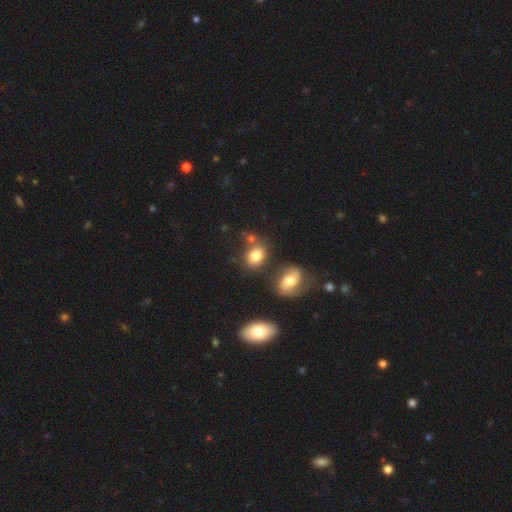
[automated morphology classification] This is likely a smooth galaxy (77%). How rounded: likely in between (66%). Merging: likely none (62%).